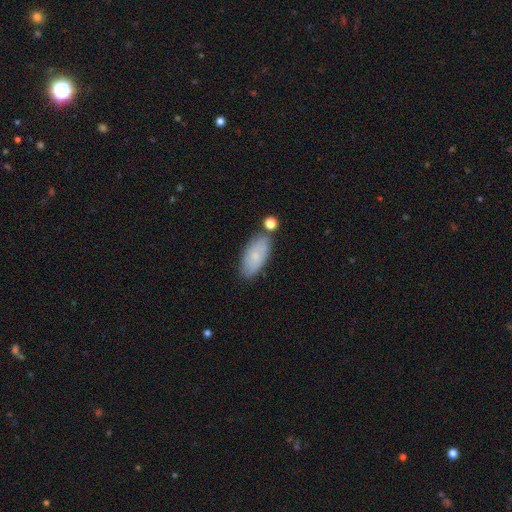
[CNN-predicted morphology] type=smooth (70%); roundness=in between (89%); merging=none (70%).